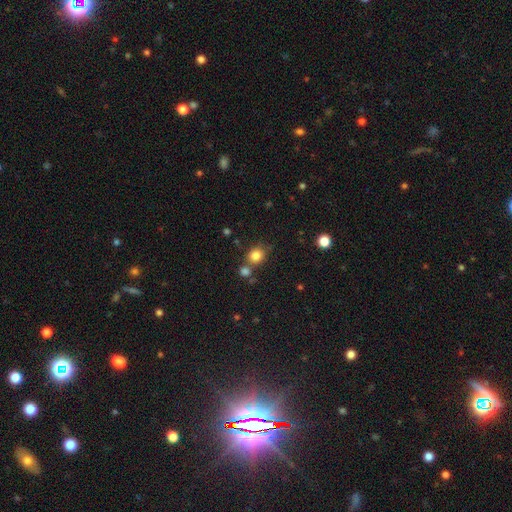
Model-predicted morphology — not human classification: Smooth or featured? Predicted: smooth (p=0.82). How rounded? Predicted: round (p=0.74). Merging? Predicted: none (p=0.66).